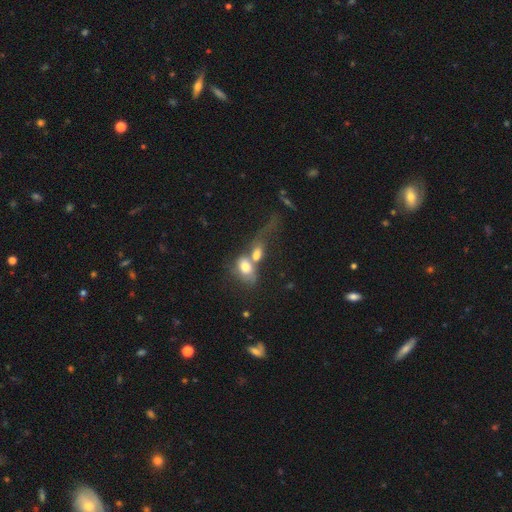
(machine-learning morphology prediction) smooth-or-featured: smooth: 59% | featured or disk: 27% | star or artifact: 14%
  how-rounded: in between: 68% | round: 26% | cigar-shaped: 6%
  merging: merger: 68% | none: 13% | major disturbance: 12% | minor disturbance: 6%